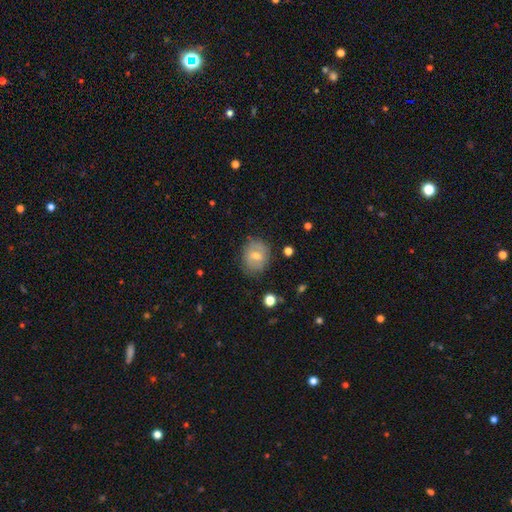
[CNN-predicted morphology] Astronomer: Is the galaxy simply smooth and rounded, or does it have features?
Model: smooth — 57%.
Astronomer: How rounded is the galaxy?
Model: round — 61% (runner-up: in between, 38%).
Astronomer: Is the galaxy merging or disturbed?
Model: none — 78%.